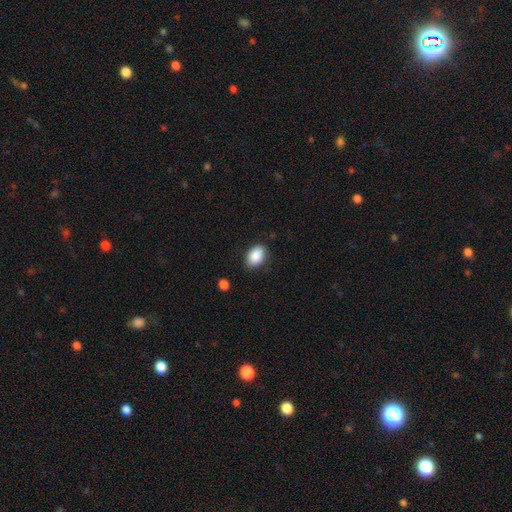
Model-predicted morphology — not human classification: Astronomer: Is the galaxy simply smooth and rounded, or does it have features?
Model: smooth — 89%.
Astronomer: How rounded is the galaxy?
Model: in between — 83%.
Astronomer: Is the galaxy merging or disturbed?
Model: none — 83%.